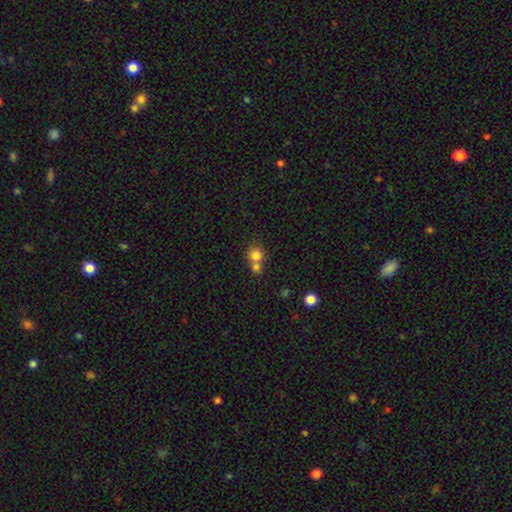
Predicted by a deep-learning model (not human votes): Smooth or featured: smooth — 79% (star or artifact — 12%)
How rounded: round — 86% (in between — 13%)
Merging: merger — 50% (none — 42%)